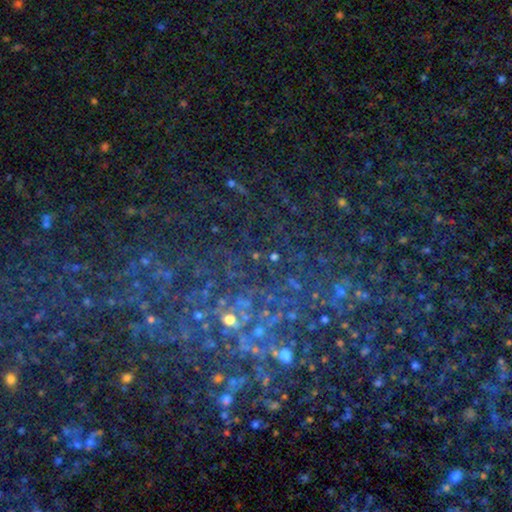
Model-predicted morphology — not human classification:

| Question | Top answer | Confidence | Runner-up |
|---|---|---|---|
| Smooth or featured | star or artifact | 75% | featured or disk (13%) |